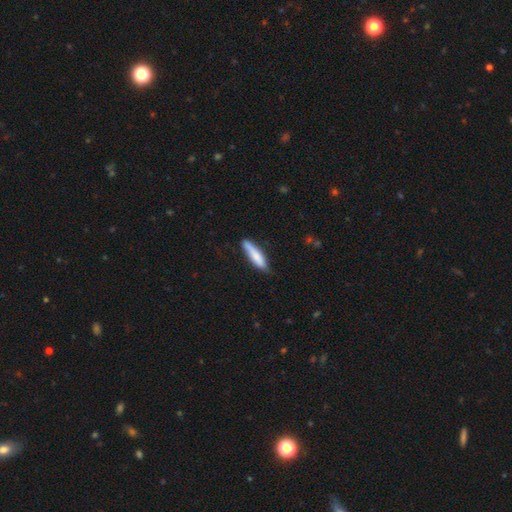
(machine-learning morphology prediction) smooth_or_featured: smooth (p=0.76) [alt: featured or disk p=0.19]
how_rounded: cigar-shaped (p=0.78) [alt: in between p=0.20]
merging: none (p=0.69) [alt: minor disturbance p=0.25]